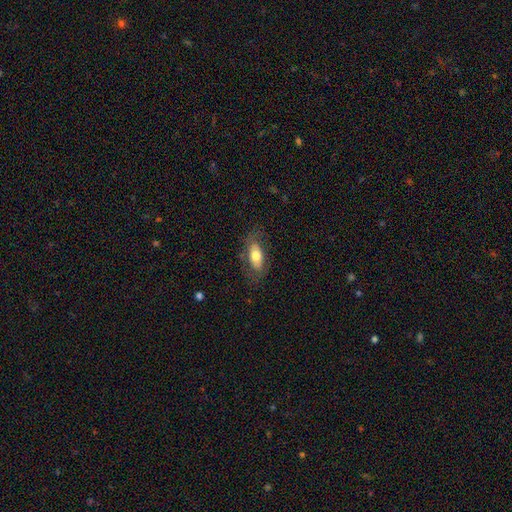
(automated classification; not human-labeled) Overall: smooth (67%). How rounded: in between (86%). Merging: none (72%).